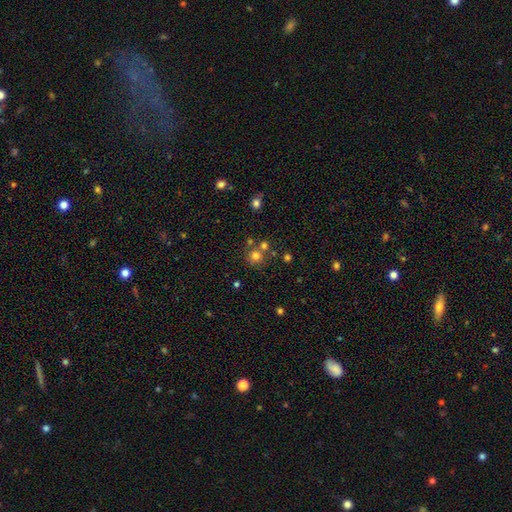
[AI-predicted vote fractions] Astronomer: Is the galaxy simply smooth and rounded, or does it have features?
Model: smooth — 72%.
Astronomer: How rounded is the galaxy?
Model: round — 91%.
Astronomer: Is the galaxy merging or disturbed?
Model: none — 66%.